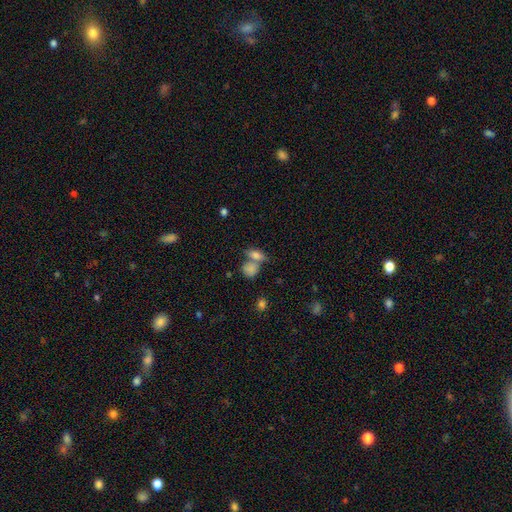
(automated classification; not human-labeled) Smooth or featured: smooth — 69% (featured or disk — 18%)
How rounded: in between — 66% (round — 19%)
Merging: none — 47% (merger — 37%)